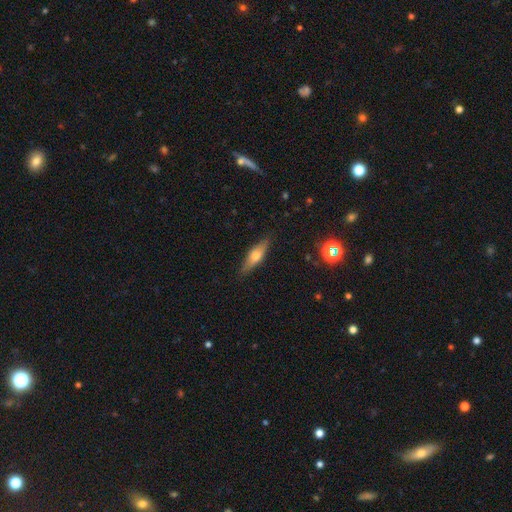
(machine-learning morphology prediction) smooth_or_featured: smooth (p=0.51) [alt: featured or disk p=0.41]
how_rounded: cigar-shaped (p=0.58) [alt: in between p=0.39]
merging: none (p=0.85) [alt: minor disturbance p=0.11]